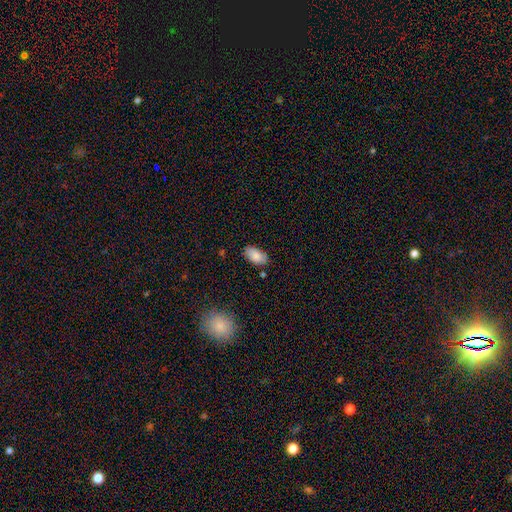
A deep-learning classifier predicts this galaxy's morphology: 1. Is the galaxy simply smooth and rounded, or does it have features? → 85% smooth, 8% featured or disk, 7% star or artifact.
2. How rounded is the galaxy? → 95% in between, 3% round, 2% cigar-shaped.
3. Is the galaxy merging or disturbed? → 81% none, 14% minor disturbance, 3% major disturbance, 2% merger.